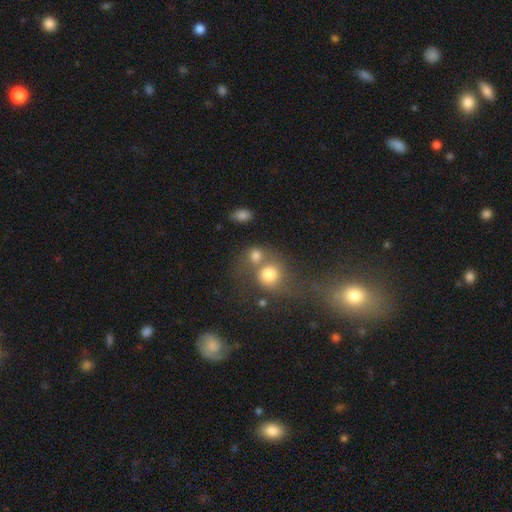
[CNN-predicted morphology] Overall: smooth (76%). How rounded: round (73%). Merging: merger (45%; none 37%).